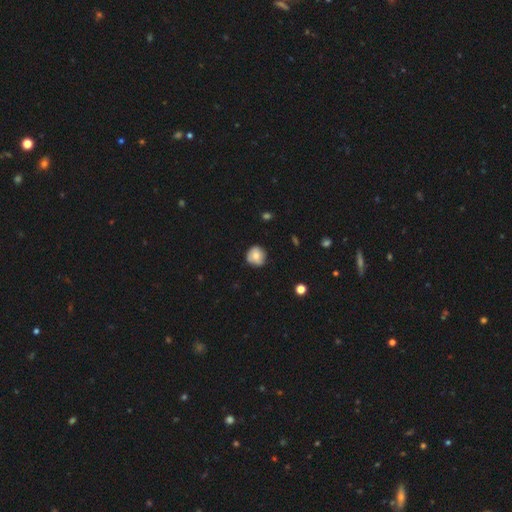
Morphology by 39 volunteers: A smooth galaxy with no disk features (62%) that is round (96%).

Vote fractions:
- Smooth or featured? smooth: 62% / featured or disk: 36% / star or artifact: 3%
- How rounded? round: 96% / in between: 4% / cigar-shaped: 0%
- Merging? none: 79% / minor disturbance: 21% / major disturbance: 0% / merger: 0%